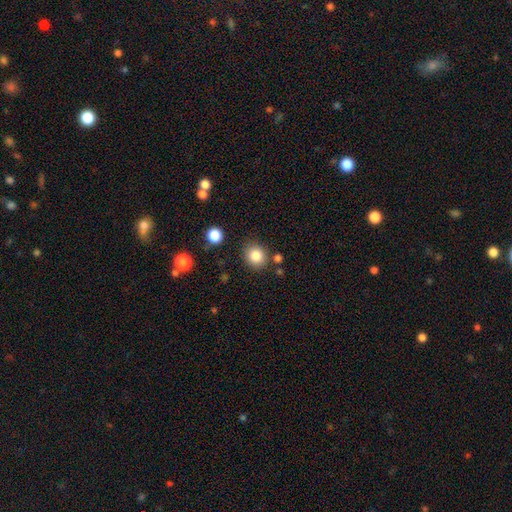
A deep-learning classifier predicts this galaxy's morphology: A smooth galaxy with no disk features (85%) that is round (80%).

Vote fractions:
- Smooth or featured? smooth: 85% / star or artifact: 10% / featured or disk: 5%
- How rounded? round: 80% / in between: 19% / cigar-shaped: 1%
- Merging? none: 82% / minor disturbance: 10% / merger: 5% / major disturbance: 3%